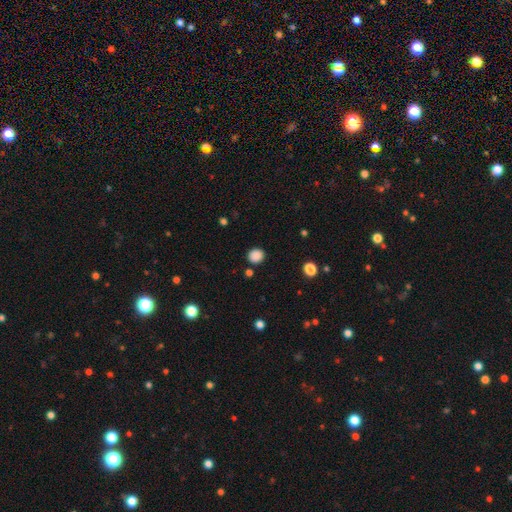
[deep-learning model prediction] Overall: smooth (86%). How rounded: round (82%). Merging: none (87%).